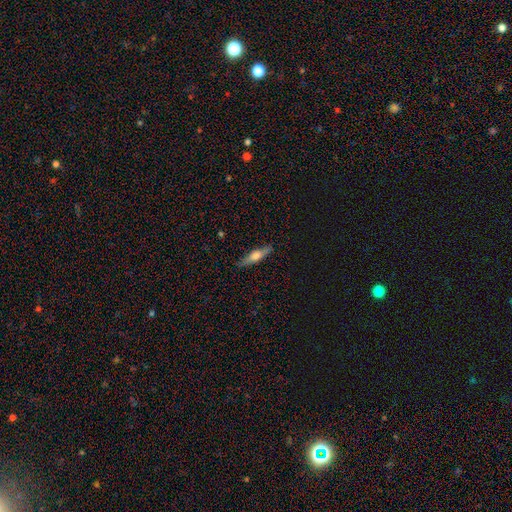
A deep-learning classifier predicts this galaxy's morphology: featured or disk 48%, smooth 46%, star or artifact 6%. Down the decision tree: merging — none (88%).